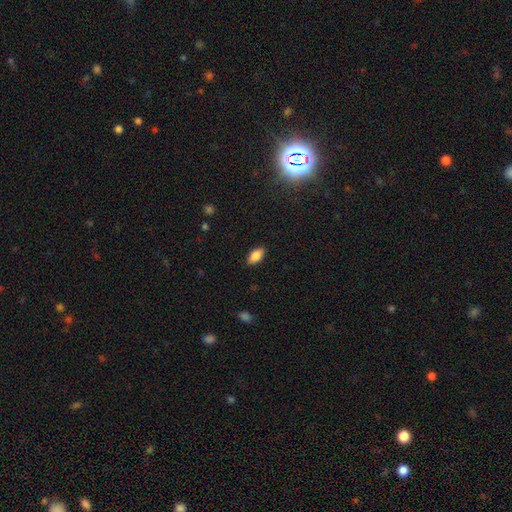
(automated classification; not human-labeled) Smooth or featured? Predicted: smooth (p=0.85). How rounded? Predicted: in between (p=0.92). Merging? Predicted: none (p=0.88).